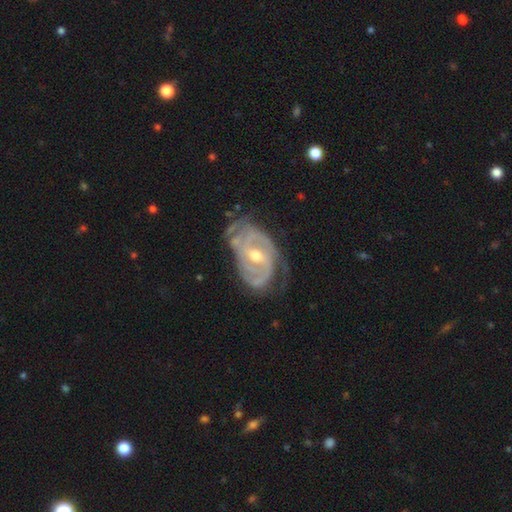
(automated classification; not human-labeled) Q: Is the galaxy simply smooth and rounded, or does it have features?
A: featured or disk — 89%.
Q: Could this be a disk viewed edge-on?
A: no — 96%.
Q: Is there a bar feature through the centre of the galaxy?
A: weak — 45%.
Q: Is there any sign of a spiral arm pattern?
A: yes — 95%.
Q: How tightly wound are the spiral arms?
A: tight — 65%.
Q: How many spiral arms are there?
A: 2 — 37%.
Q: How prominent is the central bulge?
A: moderate — 71%.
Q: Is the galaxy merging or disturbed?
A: none — 59%.